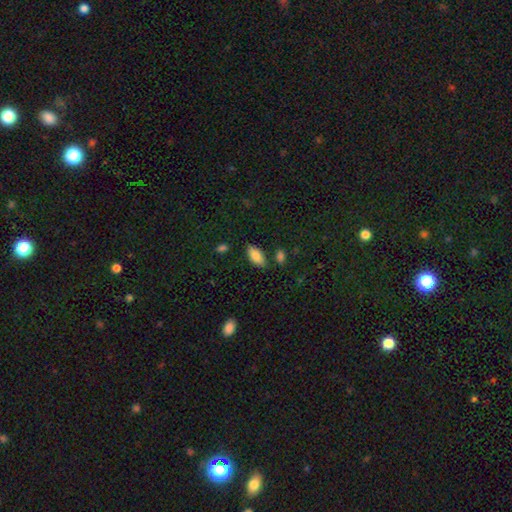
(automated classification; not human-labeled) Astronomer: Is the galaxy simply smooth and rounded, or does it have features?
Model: smooth — 85%.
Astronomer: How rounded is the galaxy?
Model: in between — 92%.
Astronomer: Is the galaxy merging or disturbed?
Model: none — 80%.